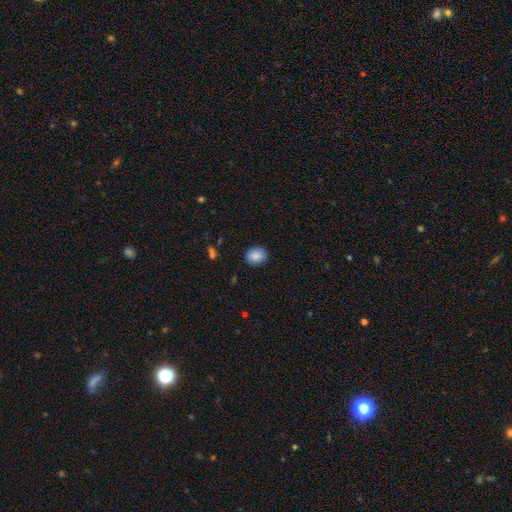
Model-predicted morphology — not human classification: This appears to be a smooth galaxy with no disk features (88%) that is round (62%). Merging: none (87%).